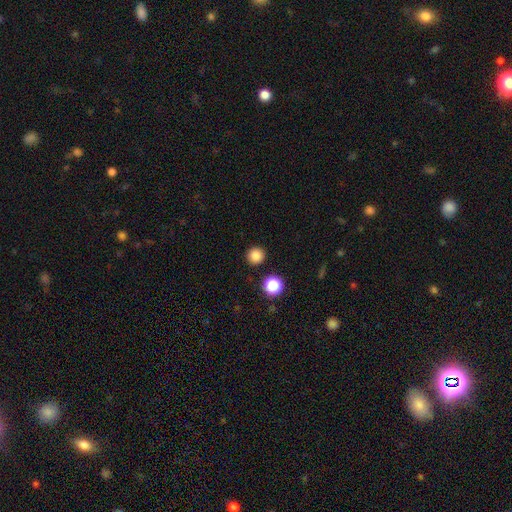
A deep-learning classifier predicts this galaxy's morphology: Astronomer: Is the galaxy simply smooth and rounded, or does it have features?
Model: smooth — 84%.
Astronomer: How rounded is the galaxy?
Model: round — 95%.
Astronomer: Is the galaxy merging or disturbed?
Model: none — 91%.